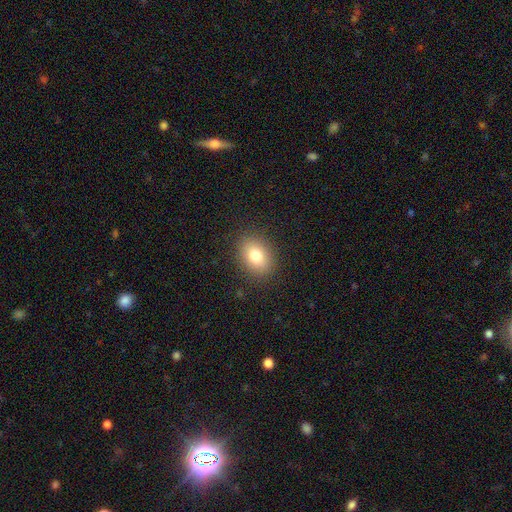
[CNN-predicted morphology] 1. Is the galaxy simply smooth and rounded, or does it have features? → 79% smooth, 10% star or artifact, 10% featured or disk.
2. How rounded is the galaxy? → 66% in between, 33% round, 1% cigar-shaped.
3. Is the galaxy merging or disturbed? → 88% none, 8% minor disturbance, 3% major disturbance, 1% merger.